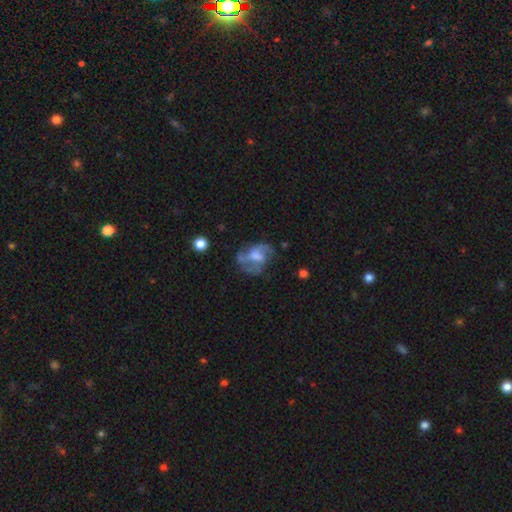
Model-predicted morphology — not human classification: smooth_or_featured: featured or disk (p=0.69) [alt: smooth p=0.23]
disk_edge_on: no (p=0.97) [alt: yes p=0.03]
bar: weak (p=0.44) [alt: no p=0.41]
has_spiral_arms: yes (p=0.78) [alt: no p=0.22]
spiral_winding: medium (p=0.45) [alt: loose p=0.38]
spiral_arm_count: 2 (p=0.52) [alt: can't tell p=0.19]
bulge_size: moderate (p=0.36) [alt: none p=0.26]
merging: none (p=0.49) [alt: major disturbance p=0.24]